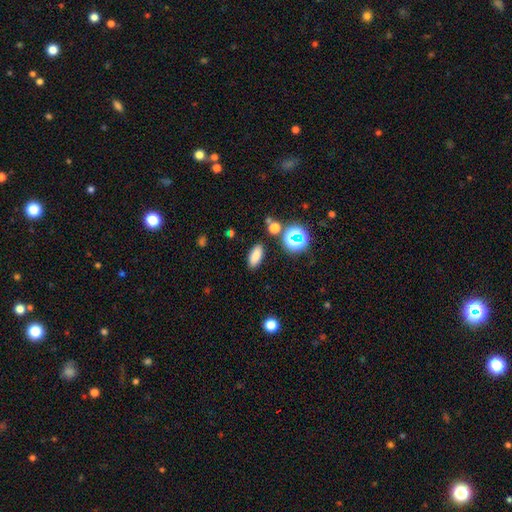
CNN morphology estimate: smooth-or-featured: smooth: 79% | star or artifact: 14% | featured or disk: 6%
  how-rounded: in between: 78% | cigar-shaped: 15% | round: 7%
  merging: none: 86% | minor disturbance: 8% | merger: 3% | major disturbance: 3%